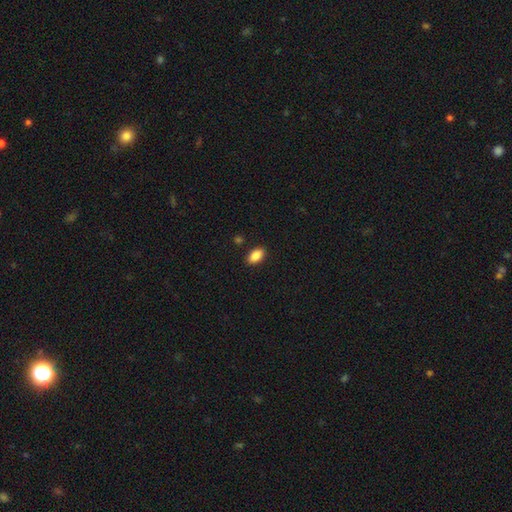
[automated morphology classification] This is clearly a smooth galaxy (89%). How rounded: clearly in between (92%). Merging: clearly none (89%).